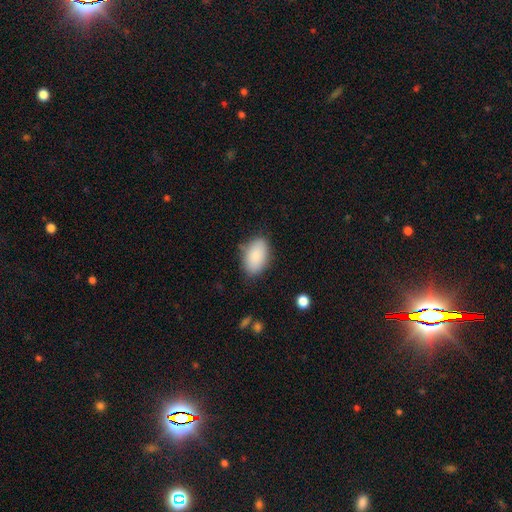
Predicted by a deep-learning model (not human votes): A smooth galaxy with no disk features (89%) that is in between round and cigar-shaped (93%). Merging: none (78%).